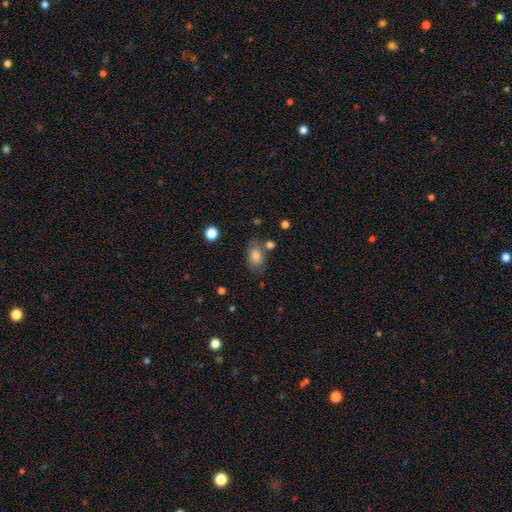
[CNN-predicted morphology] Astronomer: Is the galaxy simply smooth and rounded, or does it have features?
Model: smooth — 82%.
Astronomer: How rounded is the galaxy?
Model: in between — 76%.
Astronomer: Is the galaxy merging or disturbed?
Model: none — 67%.